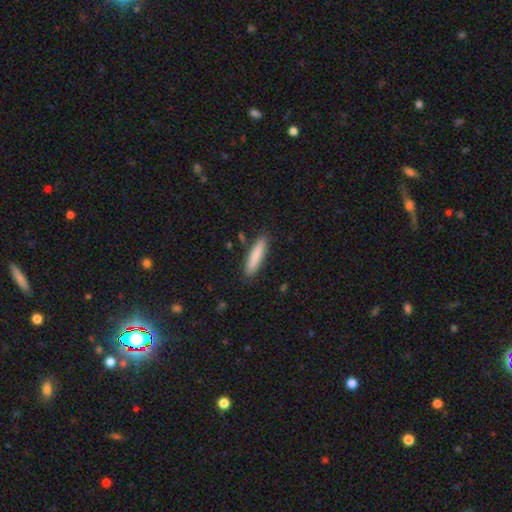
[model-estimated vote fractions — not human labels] This appears to be a smooth galaxy with no disk features (84%) that is cigar-shaped (83%). Merging: none (87%).